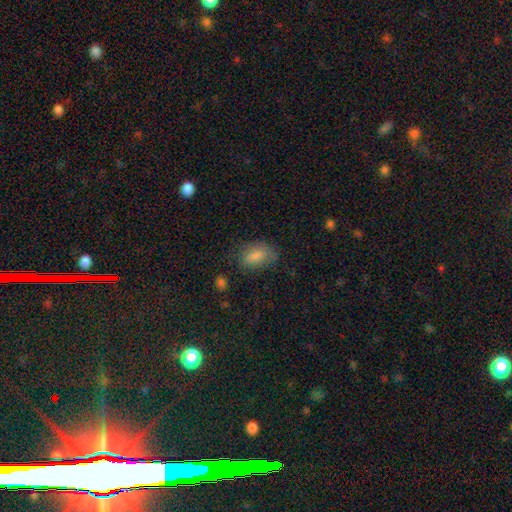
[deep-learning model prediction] smooth-or-featured: smooth: 74% | star or artifact: 13% | featured or disk: 12%
  how-rounded: in between: 86% | round: 11% | cigar-shaped: 3%
  merging: none: 70% | minor disturbance: 22% | major disturbance: 7% | merger: 2%